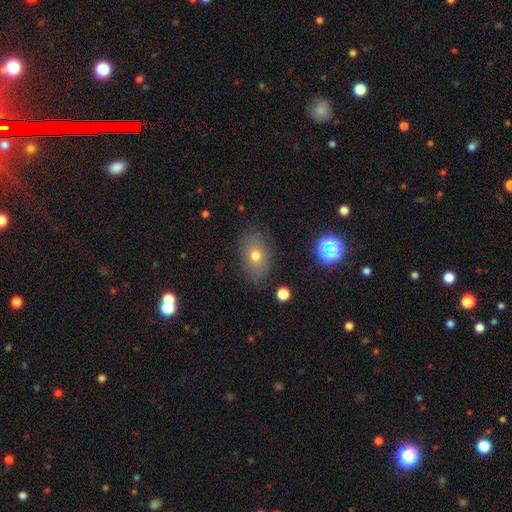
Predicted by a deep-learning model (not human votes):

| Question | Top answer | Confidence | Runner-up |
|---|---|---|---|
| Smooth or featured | smooth | 68% | featured or disk (19%) |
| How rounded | in between | 80% | round (18%) |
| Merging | none | 80% | minor disturbance (14%) |